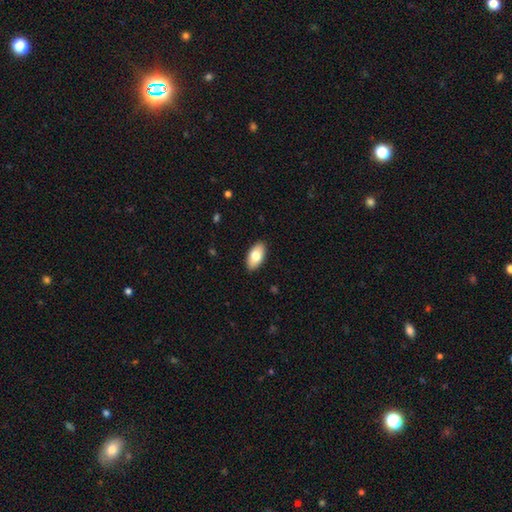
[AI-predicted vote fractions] smooth_or_featured: smooth (p=0.77) [alt: featured or disk p=0.17]
how_rounded: in between (p=0.94) [alt: cigar-shaped p=0.03]
merging: none (p=0.89) [alt: minor disturbance p=0.08]